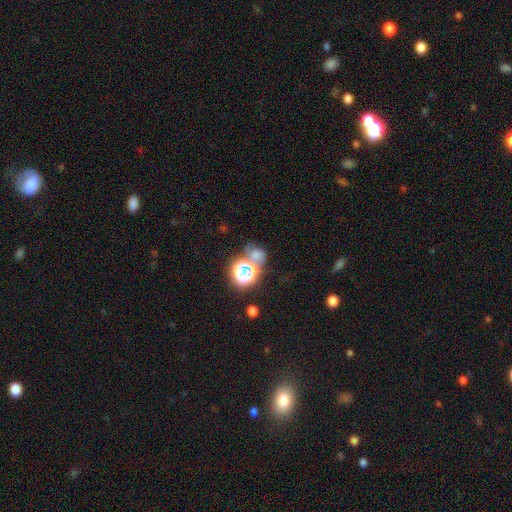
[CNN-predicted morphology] The model was most divided on "merging": none: 40%, merger: 37%, minor disturbance: 12%, major disturbance: 11%. Remaining: smooth or featured — smooth (48%).